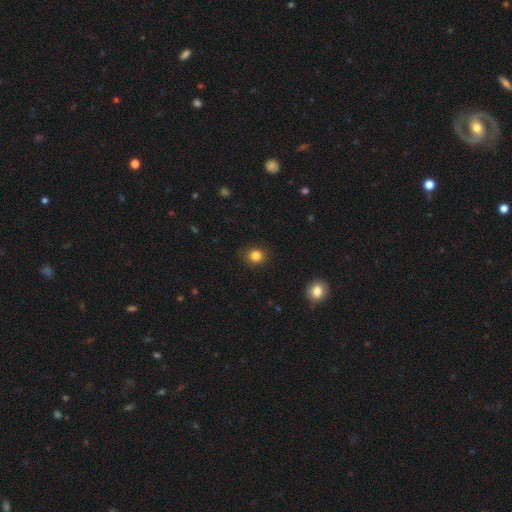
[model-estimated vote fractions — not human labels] Morphology: type=smooth (84%); roundness=round (78%); merging=none (89%).